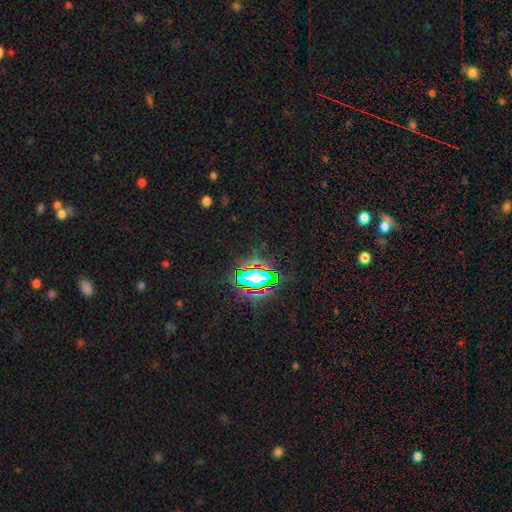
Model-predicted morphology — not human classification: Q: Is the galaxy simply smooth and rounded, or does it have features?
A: star or artifact — 81%.